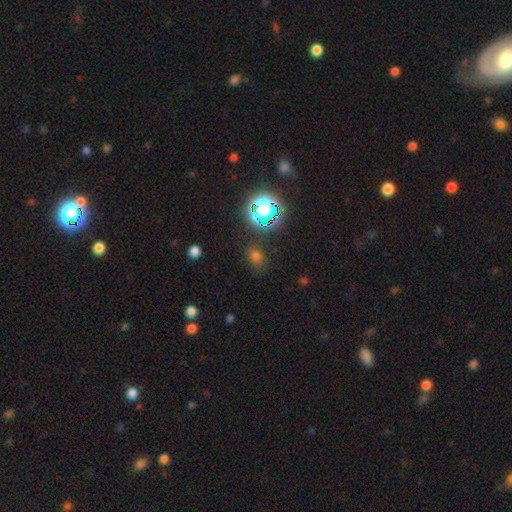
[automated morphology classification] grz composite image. It shows a star or artifact, not a galaxy (72%).